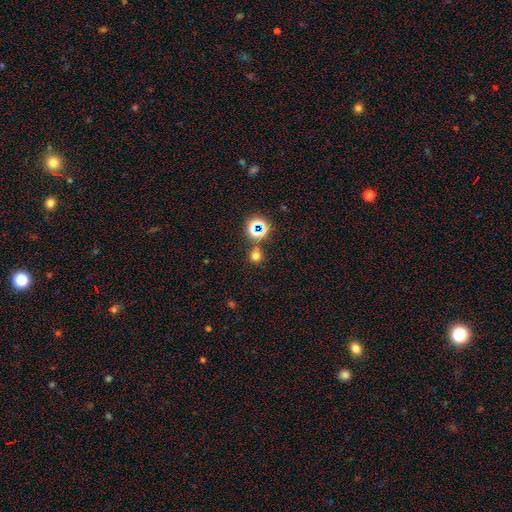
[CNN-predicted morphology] smooth_or_featured: smooth (p=0.66) [alt: star or artifact p=0.28]
how_rounded: round (p=0.92) [alt: in between p=0.07]
merging: none (p=0.80) [alt: merger p=0.10]